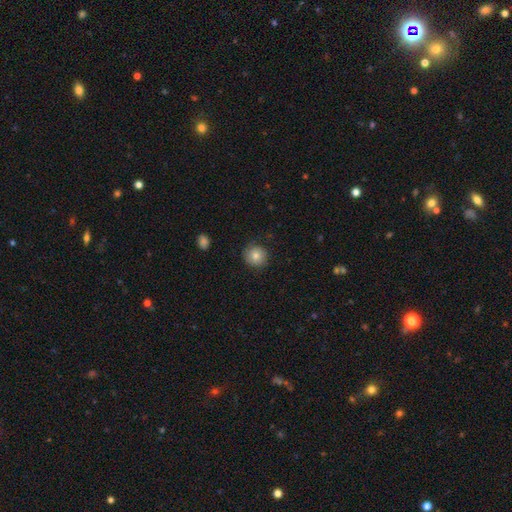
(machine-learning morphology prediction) A smooth galaxy with no disk features (77%) that is round (91%).

Vote fractions:
- Smooth or featured? smooth: 77% / featured or disk: 13% / star or artifact: 10%
- How rounded? round: 91% / in between: 8% / cigar-shaped: 1%
- Merging? none: 82% / minor disturbance: 13% / major disturbance: 4% / merger: 1%